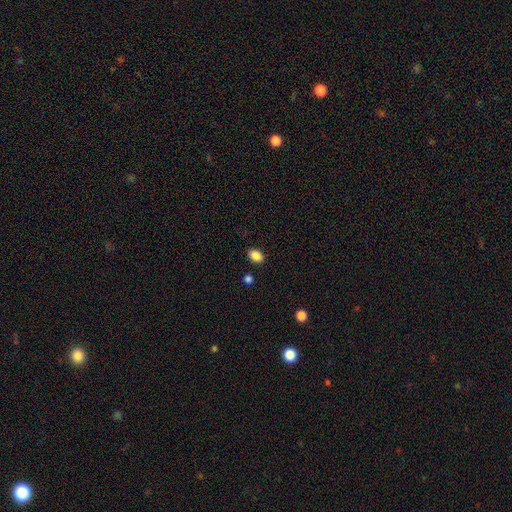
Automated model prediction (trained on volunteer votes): Smooth or featured? smooth (87%)
How rounded? in between (78%)
Merging? none (85%)